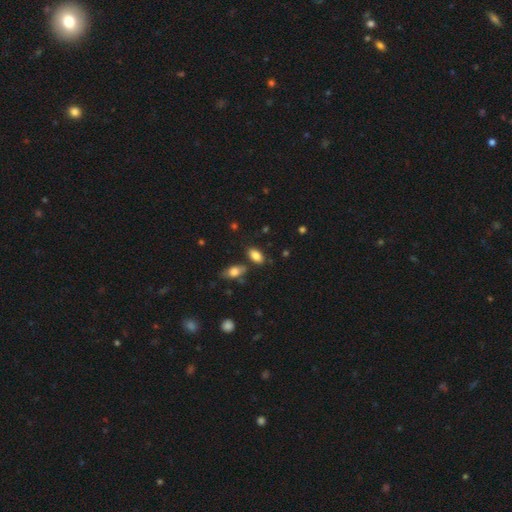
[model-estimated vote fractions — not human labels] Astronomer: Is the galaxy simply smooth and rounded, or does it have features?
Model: smooth — 85%.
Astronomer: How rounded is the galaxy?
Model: in between — 91%.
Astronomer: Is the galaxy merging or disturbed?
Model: none — 73%.